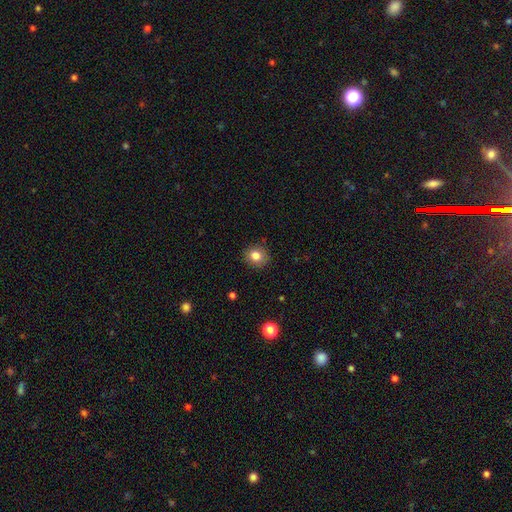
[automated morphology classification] A smooth galaxy with no disk features (82%) that is round (79%).

Vote fractions:
- Smooth or featured? smooth: 82% / star or artifact: 10% / featured or disk: 8%
- How rounded? round: 79% / in between: 20% / cigar-shaped: 1%
- Merging? none: 88% / minor disturbance: 9% / major disturbance: 2% / merger: 1%